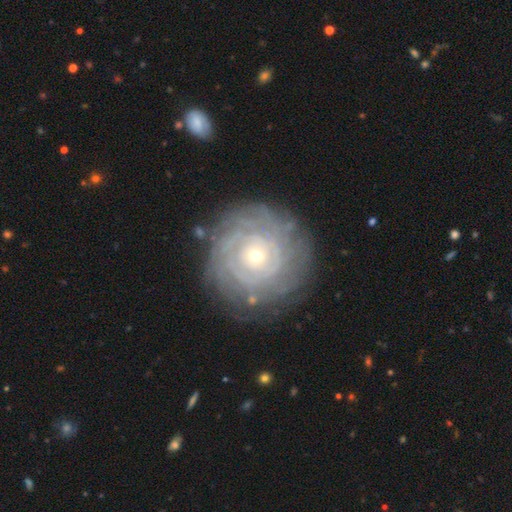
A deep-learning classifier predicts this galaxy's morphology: smooth-or-featured: featured or disk: 81% | smooth: 13% | star or artifact: 7%
  disk-edge-on: no: 97% | yes: 3%
    bar: no: 81% | weak: 14% | strong: 5%
    has-spiral-arms: yes: 91% | no: 9%
      spiral-winding: tight: 88% | medium: 10% | loose: 3%
      spiral-arm-count: can't tell: 44% | 4: 15% | more than 4: 13% | 3: 11% | 2: 10% | 1: 6%
    bulge-size: small: 68% | moderate: 29% | large: 2% | dominant: 1% | none: 1%
  merging: none: 81% | minor disturbance: 12% | major disturbance: 5% | merger: 2%